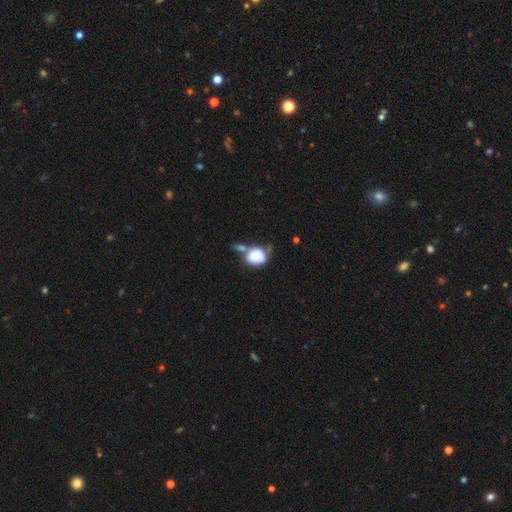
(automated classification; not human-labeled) Q: Smooth or featured?
A: smooth (80%); runner-up: featured or disk (12%)
Q: How rounded?
A: round (58%); runner-up: in between (41%)
Q: Merging?
A: merger (44%); runner-up: none (26%)